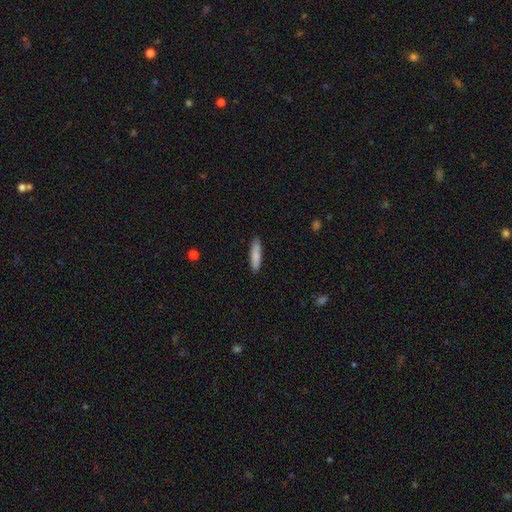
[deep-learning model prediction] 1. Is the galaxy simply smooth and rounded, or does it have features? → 83% smooth, 11% featured or disk, 6% star or artifact.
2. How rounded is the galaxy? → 78% cigar-shaped, 21% in between, 1% round.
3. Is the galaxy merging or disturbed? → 88% none, 9% minor disturbance, 2% major disturbance, 1% merger.